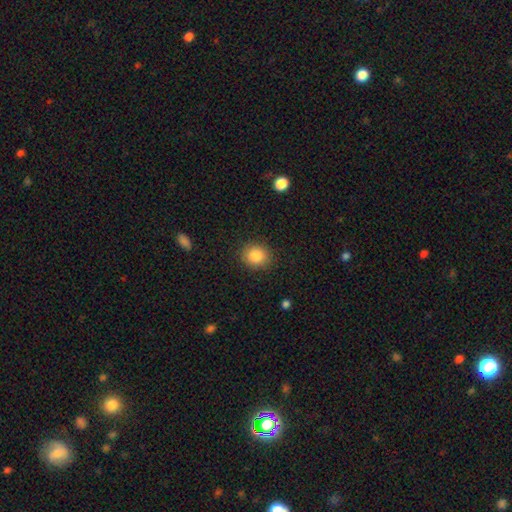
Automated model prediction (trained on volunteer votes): smooth 85%, star or artifact 9%, featured or disk 6%. Down the decision tree: how rounded — round (77%); merging — none (88%).